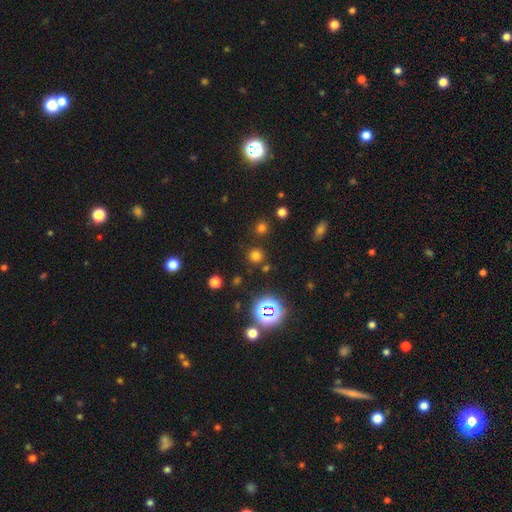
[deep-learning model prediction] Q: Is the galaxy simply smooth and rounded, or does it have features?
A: smooth — 66%.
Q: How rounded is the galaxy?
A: round — 93%.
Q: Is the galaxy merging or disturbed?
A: none — 85%.